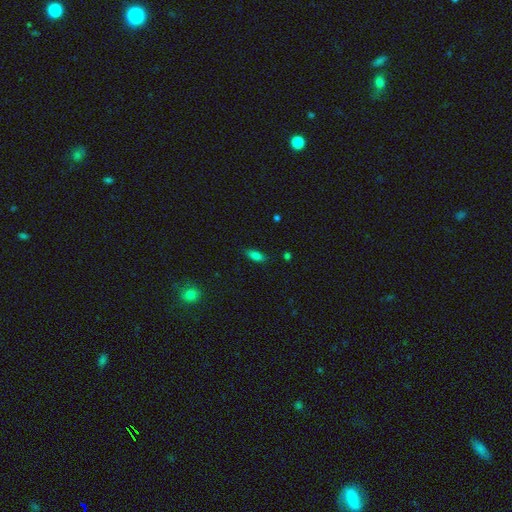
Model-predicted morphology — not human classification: A smooth galaxy with no disk features (78%) that is in between round and cigar-shaped (78%). Merging: none (81%).